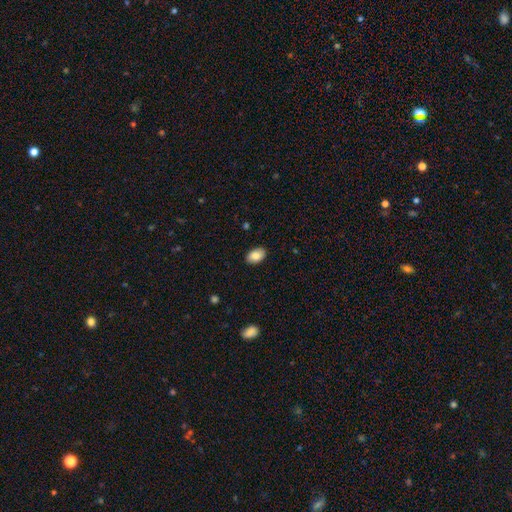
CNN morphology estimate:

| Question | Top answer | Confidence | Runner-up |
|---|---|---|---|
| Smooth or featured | smooth | 85% | featured or disk (8%) |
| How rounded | in between | 89% | round (9%) |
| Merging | none | 89% | minor disturbance (8%) |